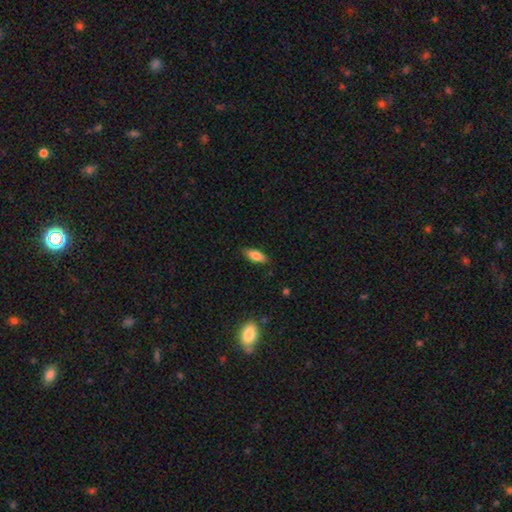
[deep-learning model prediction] A smooth galaxy with no disk features (79%) that is in between round and cigar-shaped (76%). Merging: none (84%).